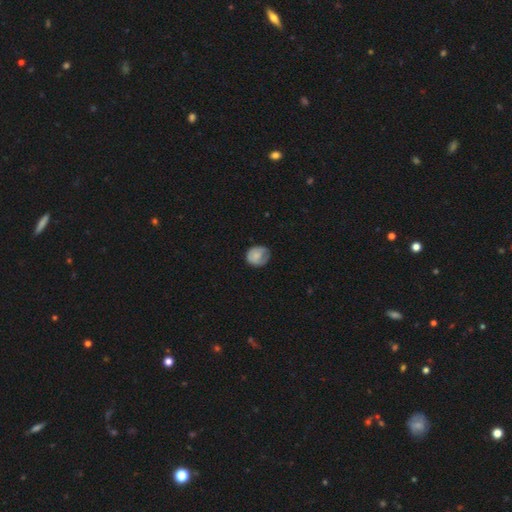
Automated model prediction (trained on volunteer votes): Overall: smooth (72%). How rounded: round (71%). Merging: none (54%; minor disturbance 32%).